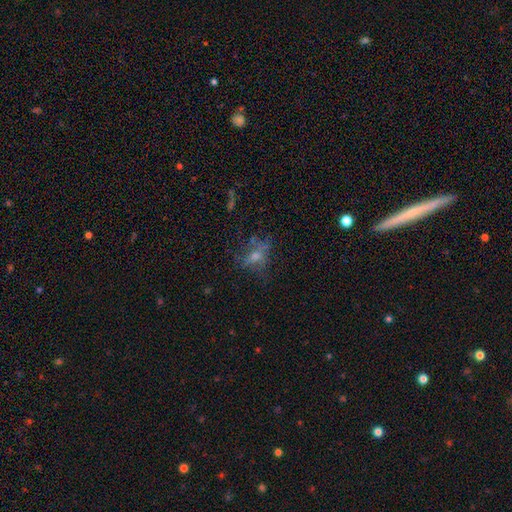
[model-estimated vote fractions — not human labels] Smooth or featured? Predicted: featured or disk (p=0.37). Merging? Predicted: none (p=0.53).